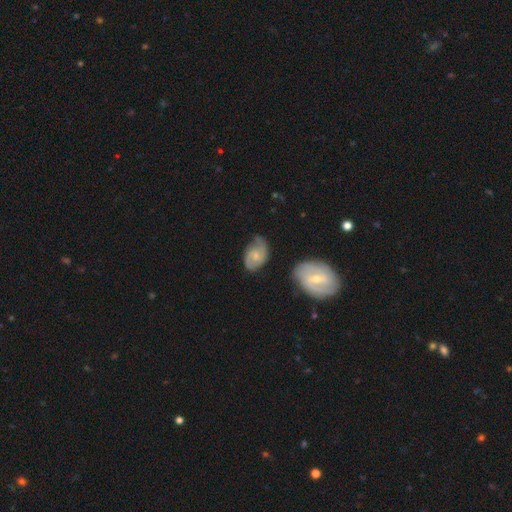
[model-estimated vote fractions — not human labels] This appears to be a featured or disk galaxy (61%) with no bar (58%), 2 (69%) medium (43%) spiral arms (89%) and a small central bulge (58%). Merging: none (57%).